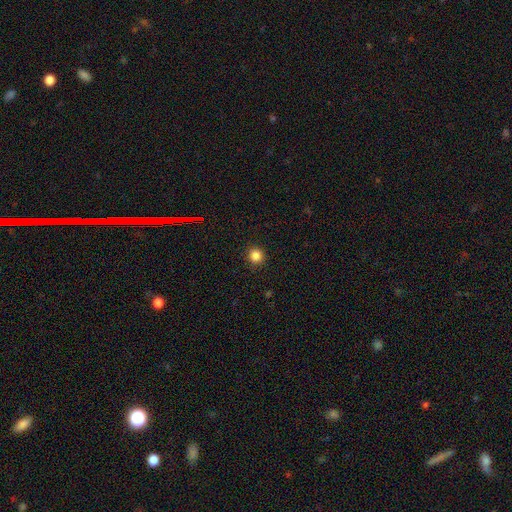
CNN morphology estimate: smooth_or_featured: smooth (p=0.85) [alt: star or artifact p=0.12]
how_rounded: round (p=0.93) [alt: in between p=0.06]
merging: none (p=0.92) [alt: minor disturbance p=0.05]